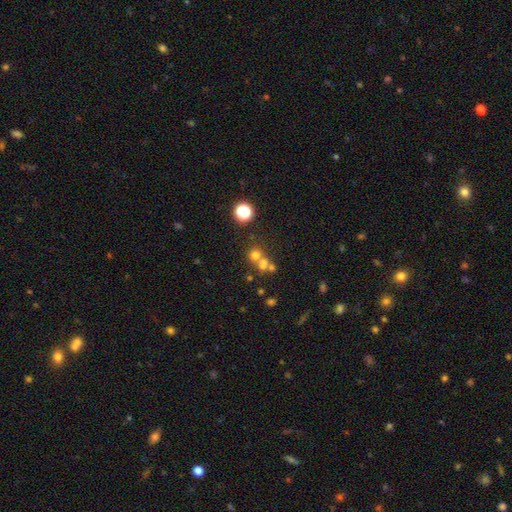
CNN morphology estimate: This is likely a smooth galaxy (62%). How rounded: clearly round (86%). Merging: possibly none (46%).